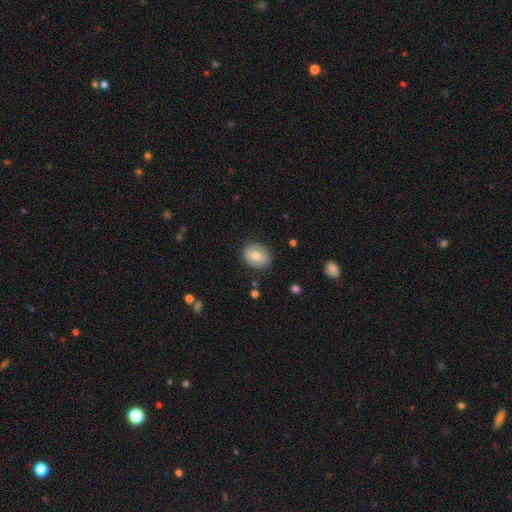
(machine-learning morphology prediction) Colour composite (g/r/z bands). It shows a smooth galaxy with no disk features (68%) that is round (64%). Merging: none (83%).